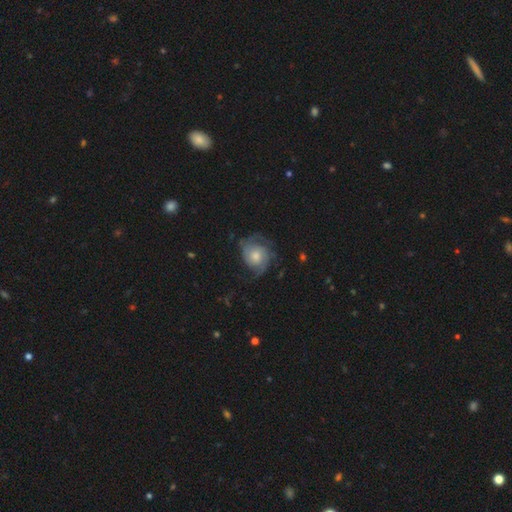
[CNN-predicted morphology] smooth_or_featured: featured or disk (p=0.71) [alt: smooth p=0.23]
disk_edge_on: no (p=0.98) [alt: yes p=0.02]
bar: no (p=0.76) [alt: weak p=0.21]
has_spiral_arms: yes (p=0.92) [alt: no p=0.08]
spiral_winding: medium (p=0.41) [alt: tight p=0.37]
spiral_arm_count: 2 (p=0.49) [alt: can't tell p=0.19]
bulge_size: moderate (p=0.55) [alt: small p=0.23]
merging: none (p=0.61) [alt: minor disturbance p=0.22]